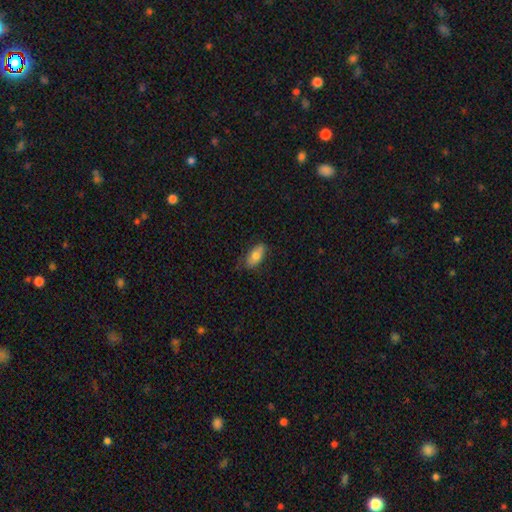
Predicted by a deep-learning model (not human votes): Overall: smooth (77%). How rounded: in between (86%). Merging: none (70%).